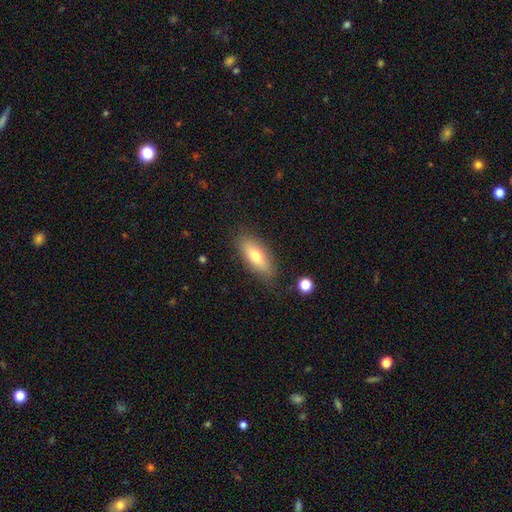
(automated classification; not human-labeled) This appears to be a smooth galaxy with no disk features (69%) that is in between round and cigar-shaped (73%). Merging: none (81%).